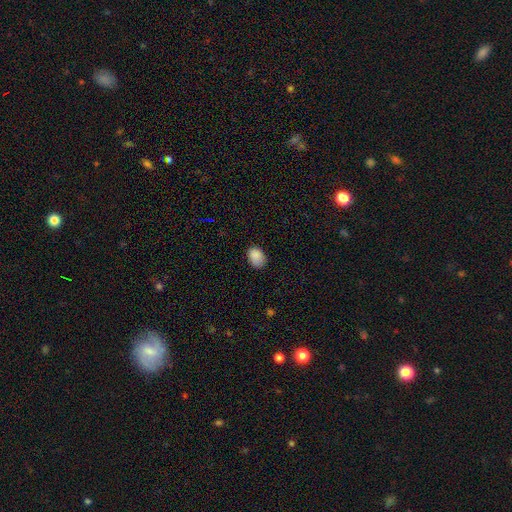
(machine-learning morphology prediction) smooth_or_featured: smooth (p=0.87) [alt: star or artifact p=0.09]
how_rounded: in between (p=0.77) [alt: round p=0.22]
merging: none (p=0.70) [alt: minor disturbance p=0.24]